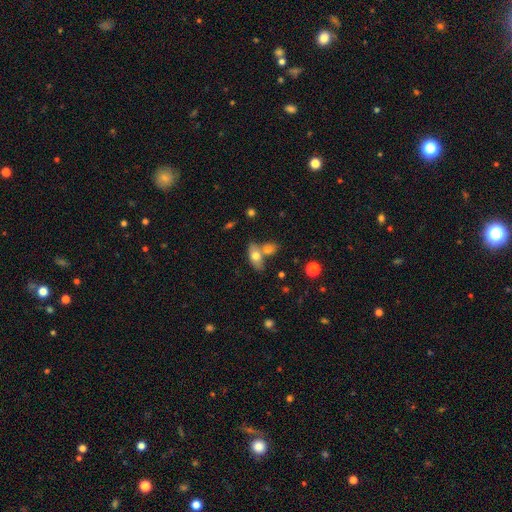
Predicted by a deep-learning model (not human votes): Overall: smooth (70%). How rounded: in between (82%). Merging: none (47%; merger 38%).